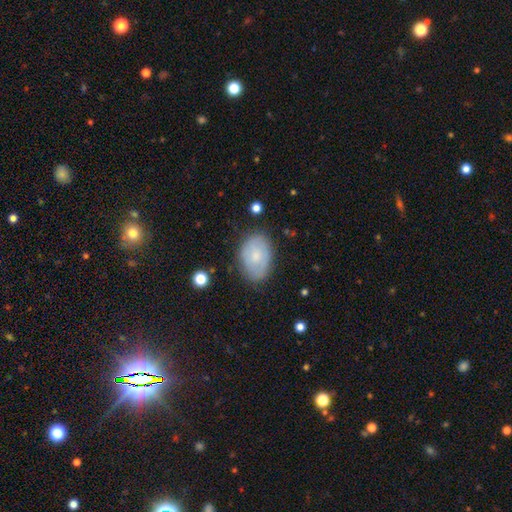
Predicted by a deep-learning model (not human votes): Smooth or featured? smooth (65%)
How rounded? in between (86%)
Merging? none (77%)